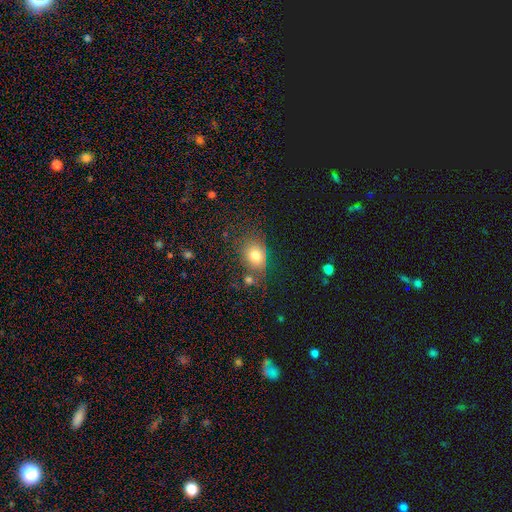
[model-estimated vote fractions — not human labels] The model was most divided on "how rounded": in between: 56%, round: 43%, cigar-shaped: 1%. More confident: smooth or featured — smooth (77%); merging — none (61%).